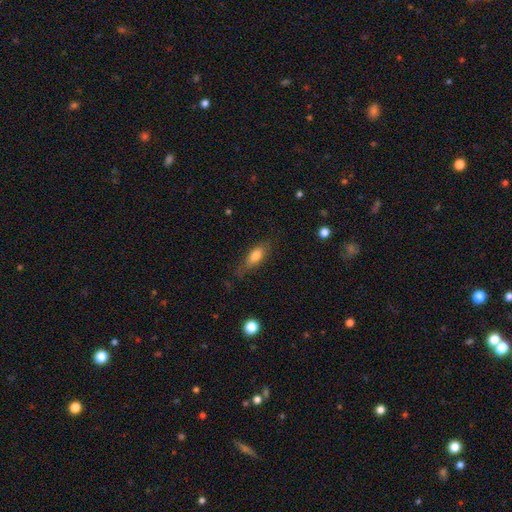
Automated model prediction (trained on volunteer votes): Overall: smooth (73%). How rounded: in between (68%). Merging: none (68%).